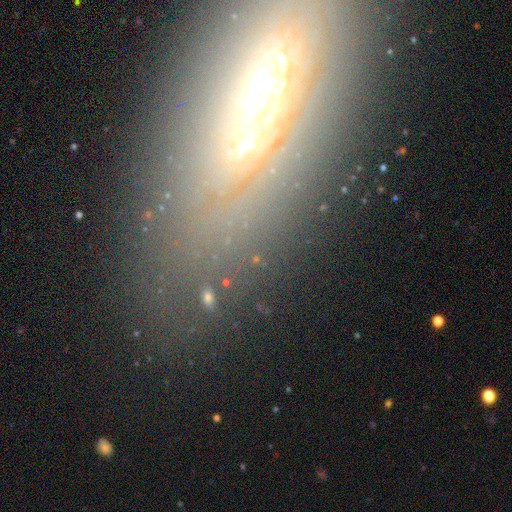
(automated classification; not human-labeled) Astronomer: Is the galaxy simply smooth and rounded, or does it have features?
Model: featured or disk — 59%.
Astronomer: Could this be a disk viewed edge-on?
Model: no — 50%, tied with yes at 50%.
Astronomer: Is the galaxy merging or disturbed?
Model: none — 76%.